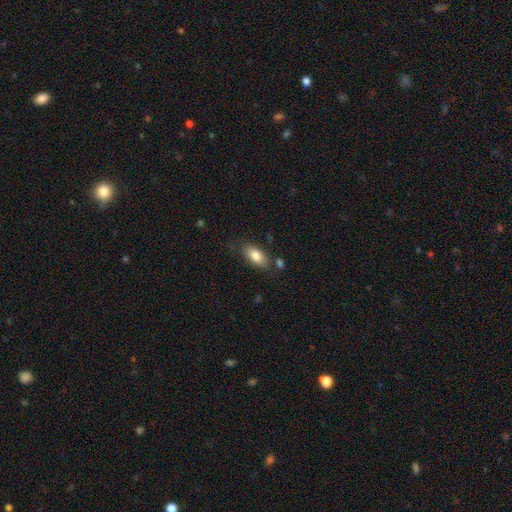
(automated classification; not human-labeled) smooth 81%, featured or disk 12%, star or artifact 7%. Down the decision tree: how rounded — in between (90%); merging — none (72%).